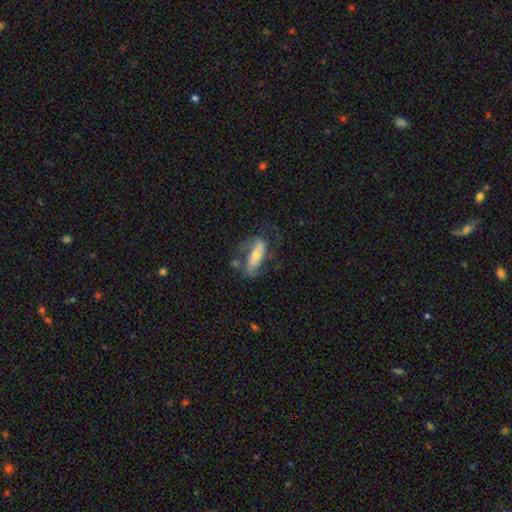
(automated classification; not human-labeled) smooth_or_featured: featured or disk (p=0.57) [alt: smooth p=0.37]
disk_edge_on: no (p=0.82) [alt: yes p=0.18]
merging: none (p=0.47) [alt: minor disturbance p=0.23]